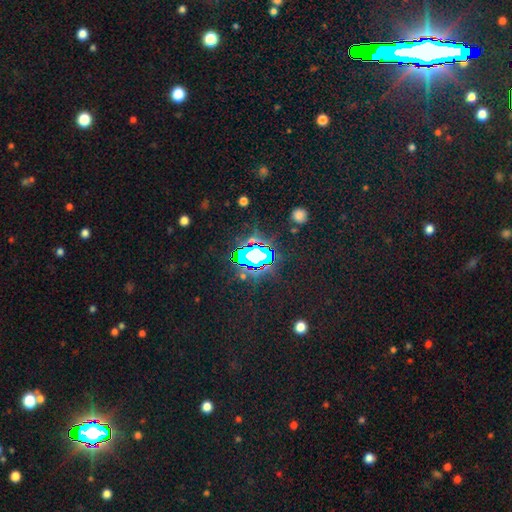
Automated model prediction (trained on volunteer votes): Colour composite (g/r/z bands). It shows a star or artifact, not a galaxy (73%).